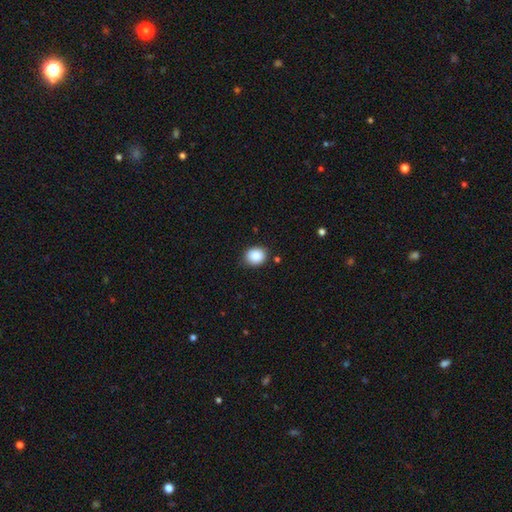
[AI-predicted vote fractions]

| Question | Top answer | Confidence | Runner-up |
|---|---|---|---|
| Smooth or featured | smooth | 89% | star or artifact (8%) |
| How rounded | round | 66% | in between (33%) |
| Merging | none | 84% | minor disturbance (11%) |